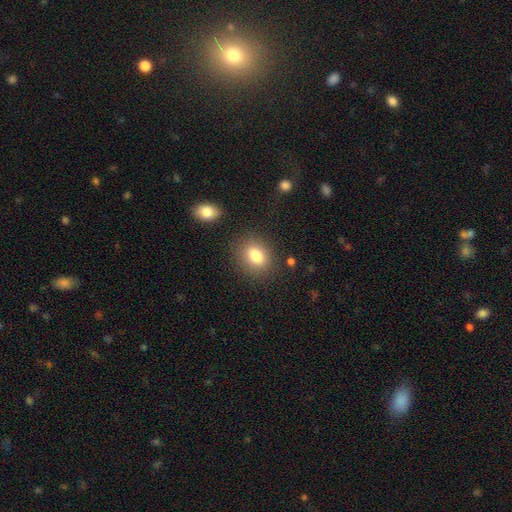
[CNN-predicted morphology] A smooth galaxy with no disk features (83%) that is in between round and cigar-shaped (61%). Merging: none (82%).